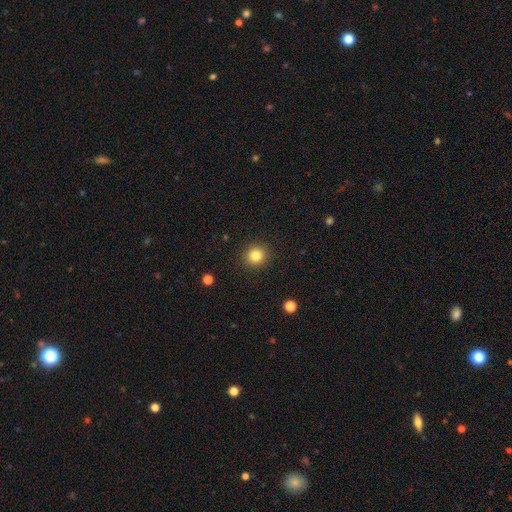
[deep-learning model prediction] The model was most divided on "smooth or featured": smooth: 82%, star or artifact: 11%, featured or disk: 6%. More confident: how rounded — round (93%); merging — none (92%).